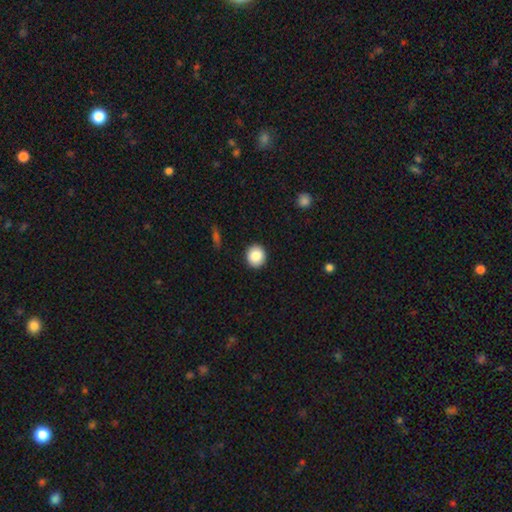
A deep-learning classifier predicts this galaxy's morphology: A smooth galaxy with no disk features (88%) that is round (83%). Merging: none (91%).